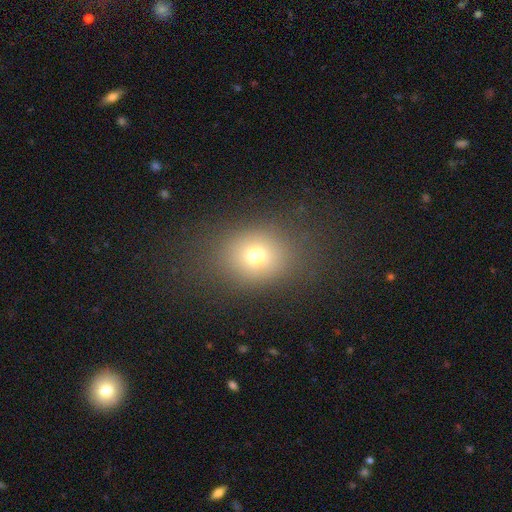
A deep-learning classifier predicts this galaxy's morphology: A smooth galaxy with no disk features (70%) that is round (56%).

Vote fractions:
- Smooth or featured? smooth: 70% / star or artifact: 17% / featured or disk: 13%
- How rounded? round: 56% / in between: 43% / cigar-shaped: 1%
- Merging? none: 80% / minor disturbance: 11% / major disturbance: 7% / merger: 1%